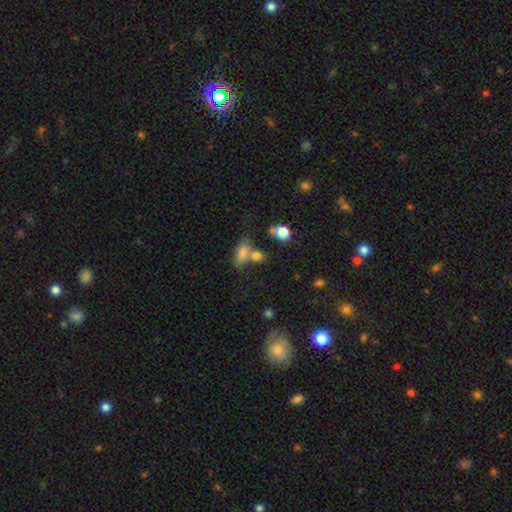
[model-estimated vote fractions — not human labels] A smooth galaxy with no disk features (77%) that is in between round and cigar-shaped (65%). Merging: none (43%).